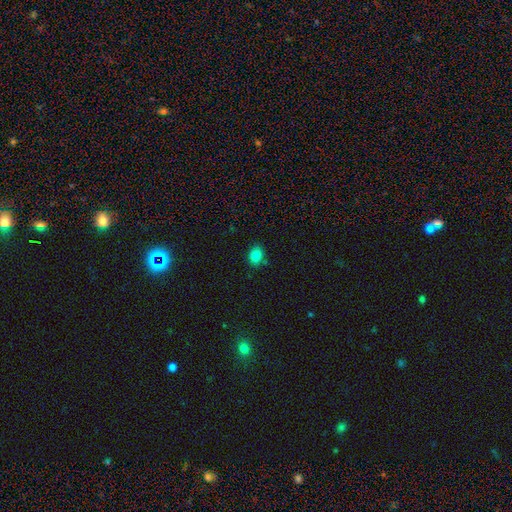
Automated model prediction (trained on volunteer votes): This appears to be a smooth galaxy with no disk features (84%) that is in between round and cigar-shaped (64%). Merging: none (80%).